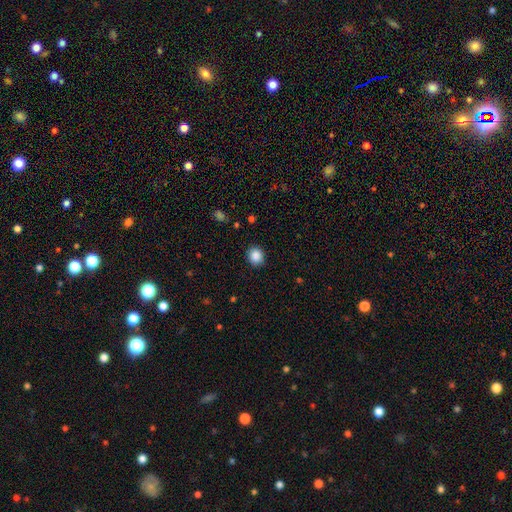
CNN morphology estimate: A smooth galaxy with no disk features (88%) that is round (77%). Merging: none (90%).